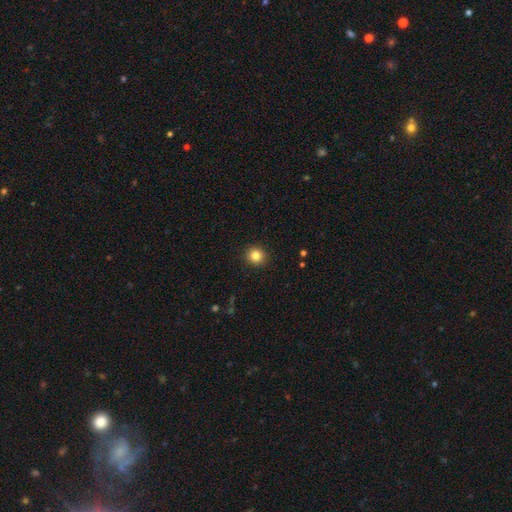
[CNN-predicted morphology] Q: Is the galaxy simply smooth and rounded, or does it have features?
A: smooth — 84%.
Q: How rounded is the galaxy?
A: round — 91%.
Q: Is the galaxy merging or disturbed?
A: none — 92%.